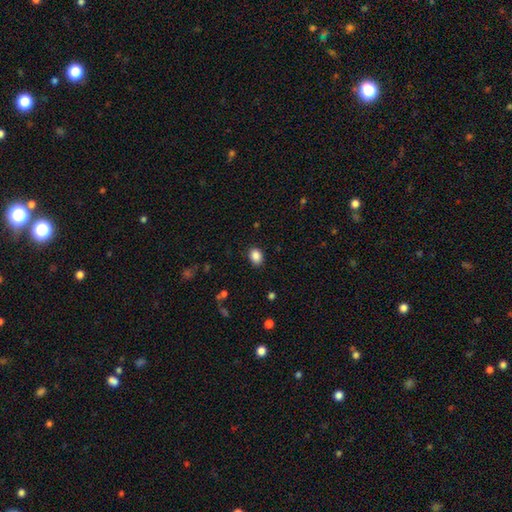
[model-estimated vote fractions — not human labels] A smooth galaxy with no disk features (87%) that is in between round and cigar-shaped (64%).

Vote fractions:
- Smooth or featured? smooth: 87% / star or artifact: 9% / featured or disk: 4%
- How rounded? in between: 64% / round: 35% / cigar-shaped: 1%
- Merging? none: 86% / minor disturbance: 10% / major disturbance: 3% / merger: 1%